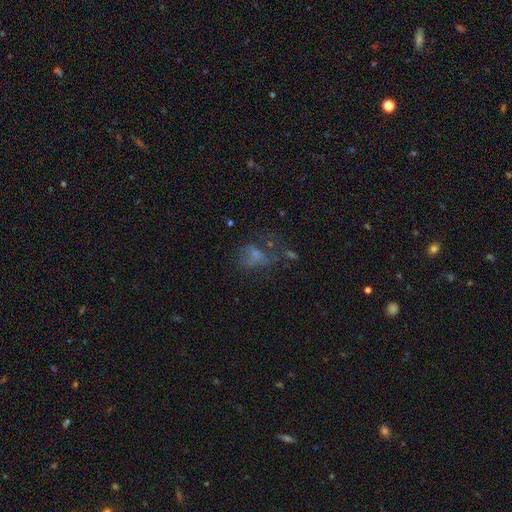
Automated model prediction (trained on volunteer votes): Smooth or featured? smooth (42%)
Merging? major disturbance (39%)